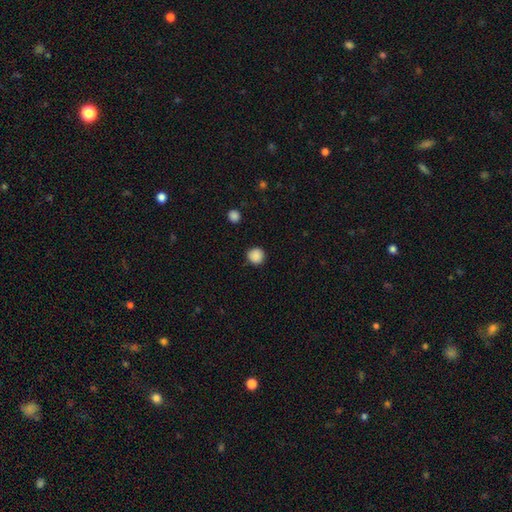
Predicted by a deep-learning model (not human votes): This appears to be a smooth galaxy with no disk features (88%) that is round (93%). Merging: none (89%).